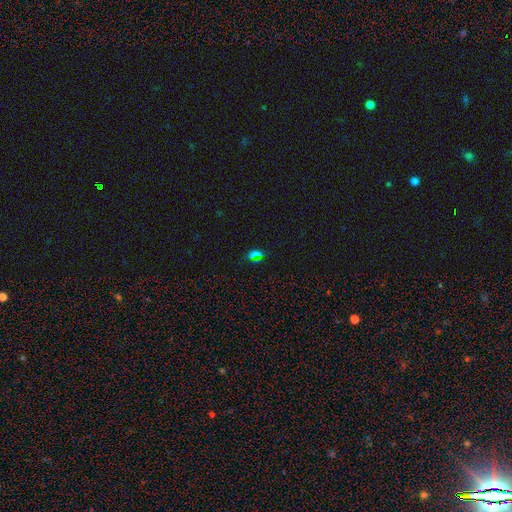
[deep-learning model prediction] This appears to be a star or artifact, not a galaxy (48%).